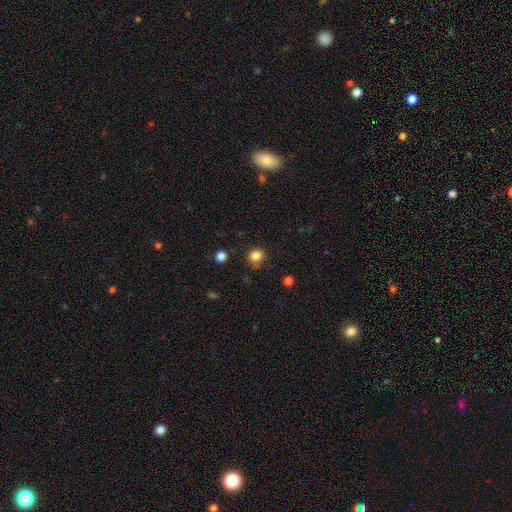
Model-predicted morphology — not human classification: This appears to be a smooth galaxy with no disk features (84%) that is round (76%). Merging: none (79%).